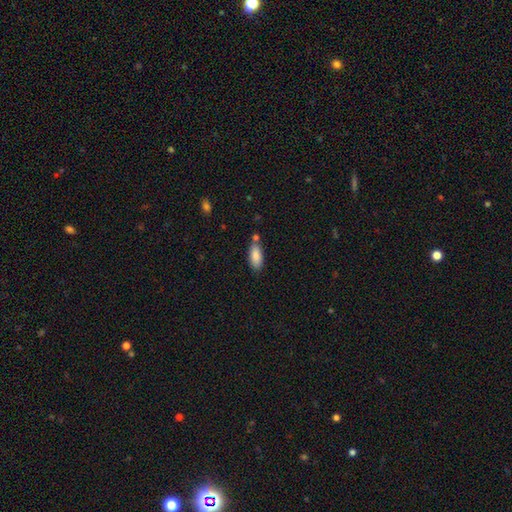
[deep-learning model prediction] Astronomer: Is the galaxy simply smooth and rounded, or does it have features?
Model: smooth — 86%.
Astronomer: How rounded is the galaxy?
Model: in between — 82%.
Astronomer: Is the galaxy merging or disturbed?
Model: none — 66%.